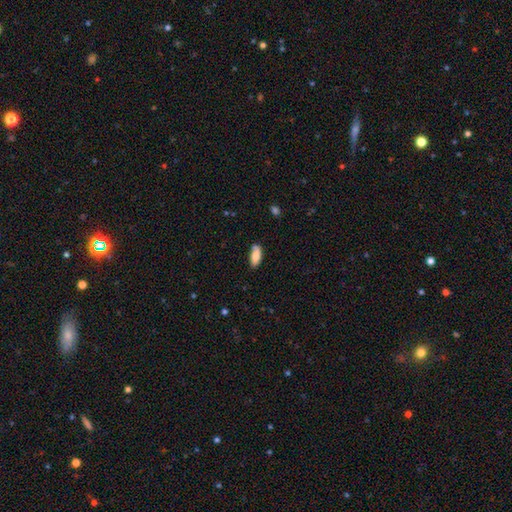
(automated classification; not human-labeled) smooth-or-featured: smooth: 82% | featured or disk: 11% | star or artifact: 7%
  how-rounded: in between: 77% | cigar-shaped: 21% | round: 2%
  merging: none: 64% | minor disturbance: 25% | major disturbance: 5% | merger: 5%